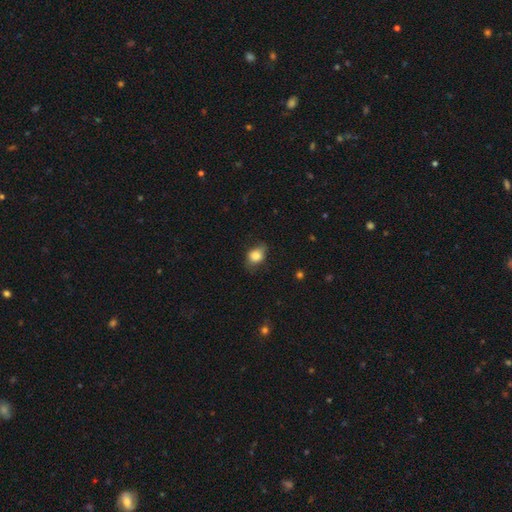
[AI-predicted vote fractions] smooth_or_featured: smooth (p=0.81) [alt: featured or disk p=0.10]
how_rounded: in between (p=0.63) [alt: round p=0.35]
merging: none (p=0.63) [alt: minor disturbance p=0.27]